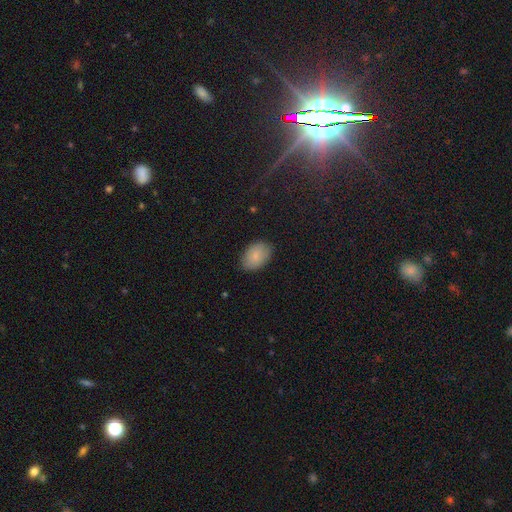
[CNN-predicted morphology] Overall: smooth (80%). How rounded: in between (87%). Merging: none (83%).